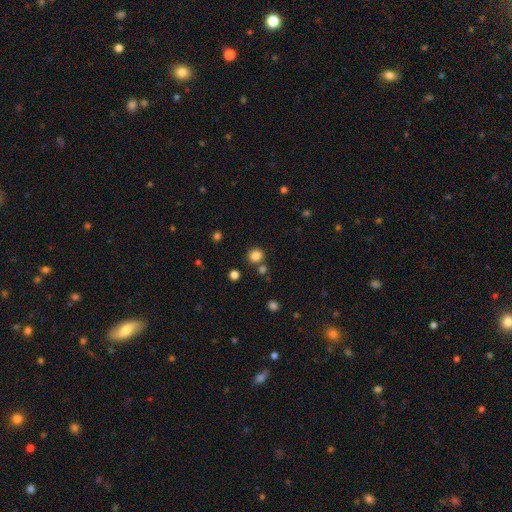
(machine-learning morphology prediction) This appears to be a smooth galaxy with no disk features (83%) that is round (84%). Merging: none (79%).